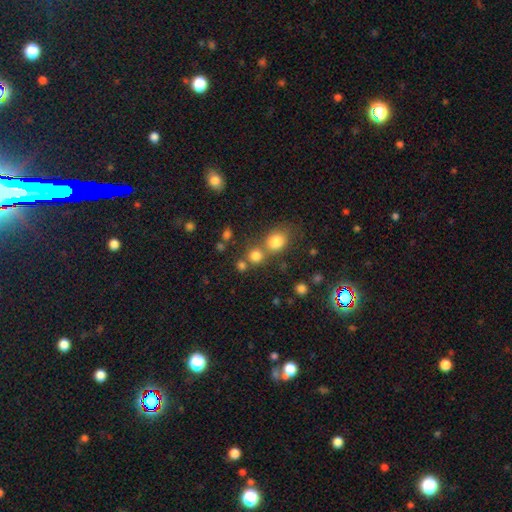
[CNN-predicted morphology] Smooth or featured? Predicted: smooth (p=0.78). How rounded? Predicted: round (p=0.85). Merging? Predicted: none (p=0.57).